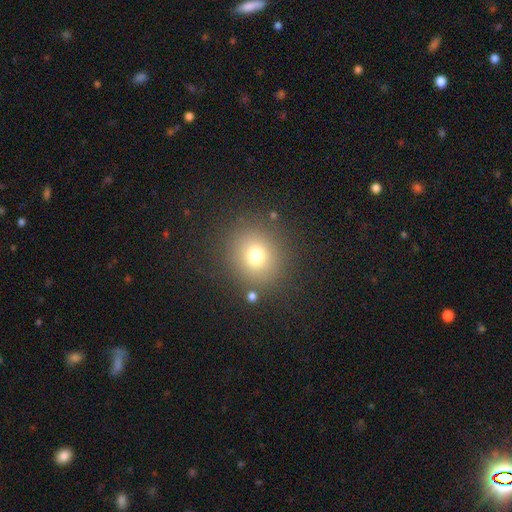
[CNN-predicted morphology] This is likely a smooth galaxy (74%). How rounded: clearly round (86%). Merging: clearly none (85%).